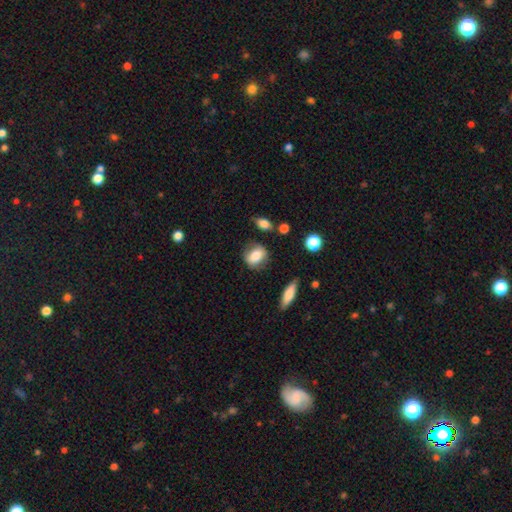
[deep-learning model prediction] Smooth or featured?
  - smooth: 75% *
  - featured or disk: 17%
  - star or artifact: 8%
How rounded?
  - round: 51% *
  - in between: 47%
  - cigar-shaped: 3%
Merging?
  - none: 73% *
  - minor disturbance: 18%
  - major disturbance: 5%
  - merger: 3%